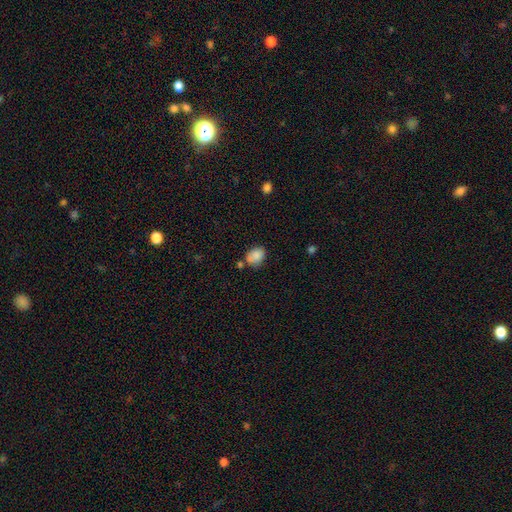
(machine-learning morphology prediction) smooth 85%, star or artifact 8%, featured or disk 7%. Down the decision tree: how rounded — in between (67%); merging — none (64%).